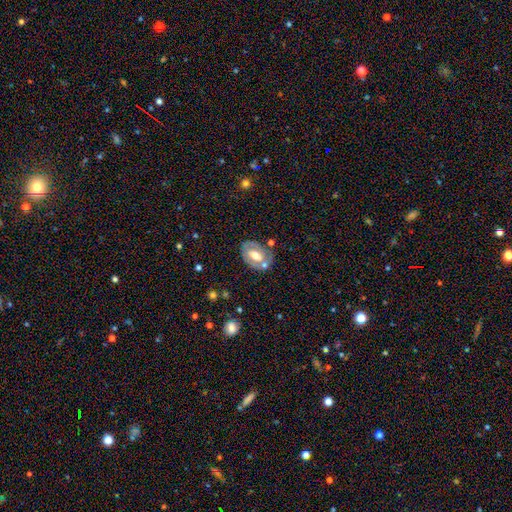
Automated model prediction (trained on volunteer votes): A featured or disk galaxy (59%) with a weak bar (40%), no spiral arms (54%) and a moderate central bulge (68%). Merging: none (63%).